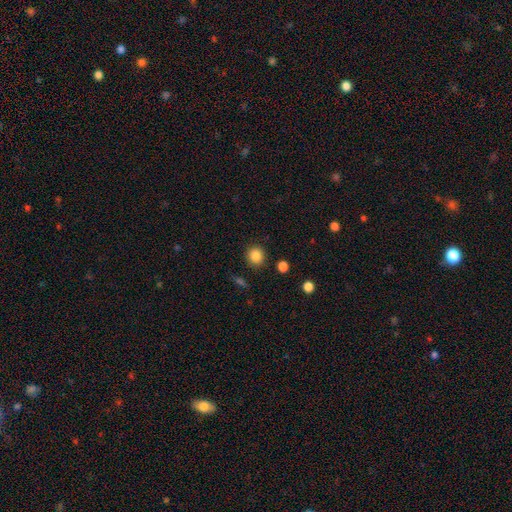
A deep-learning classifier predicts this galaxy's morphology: Q: Smooth or featured?
A: smooth (86%); runner-up: star or artifact (10%)
Q: How rounded?
A: round (90%); runner-up: in between (9%)
Q: Merging?
A: none (88%); runner-up: minor disturbance (7%)